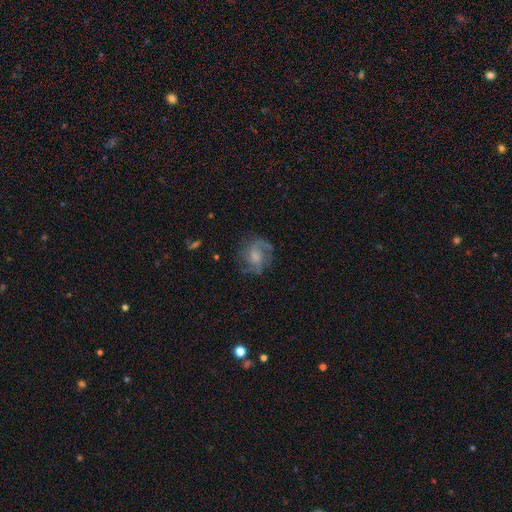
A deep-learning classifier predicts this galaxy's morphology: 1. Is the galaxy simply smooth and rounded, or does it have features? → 70% featured or disk, 21% smooth, 9% star or artifact.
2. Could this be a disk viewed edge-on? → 98% no, 2% yes.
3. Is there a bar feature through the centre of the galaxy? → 56% no, 38% weak, 6% strong.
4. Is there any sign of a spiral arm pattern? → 89% yes, 11% no.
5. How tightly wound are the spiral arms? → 48% medium, 29% loose, 23% tight.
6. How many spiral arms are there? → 45% 2, 20% can't tell, 17% 3, 11% 1, 4% 4, 4% more than 4.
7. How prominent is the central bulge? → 36% moderate, 35% small, 20% none, 8% large, 2% dominant.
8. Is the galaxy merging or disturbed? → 66% none, 18% minor disturbance, 14% major disturbance, 2% merger.